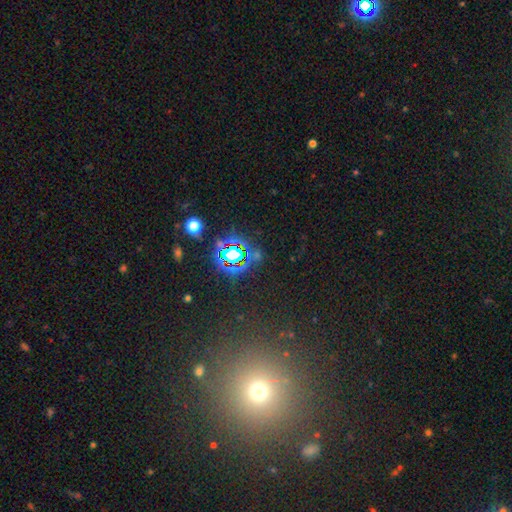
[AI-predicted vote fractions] smooth_or_featured: star or artifact (p=0.73) [alt: smooth p=0.17]